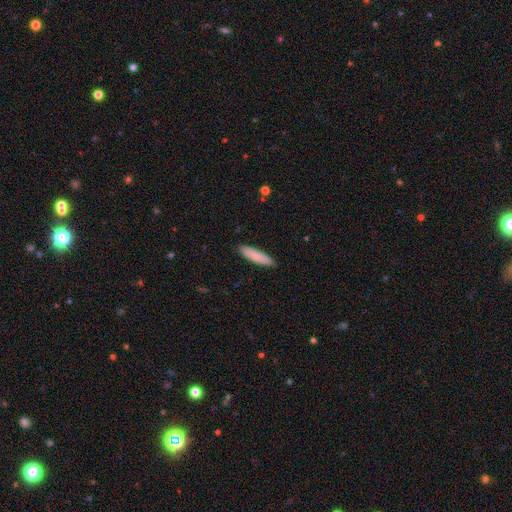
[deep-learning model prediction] Q: Smooth or featured?
A: smooth (85%); runner-up: featured or disk (10%)
Q: How rounded?
A: cigar-shaped (77%); runner-up: in between (22%)
Q: Merging?
A: none (89%); runner-up: minor disturbance (9%)